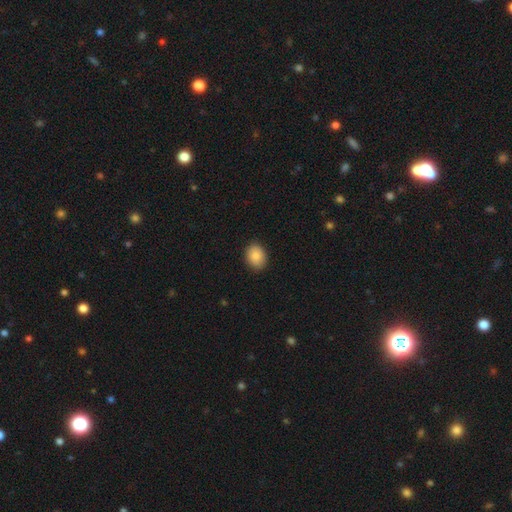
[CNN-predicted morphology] type=smooth (87%); roundness=in between (58%); merging=none (88%).